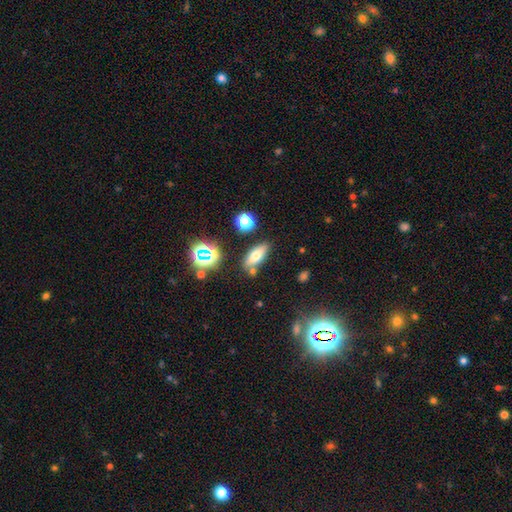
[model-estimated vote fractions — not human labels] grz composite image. It shows a smooth galaxy with no disk features (65%) that is in between round and cigar-shaped (70%). Merging: none (75%).